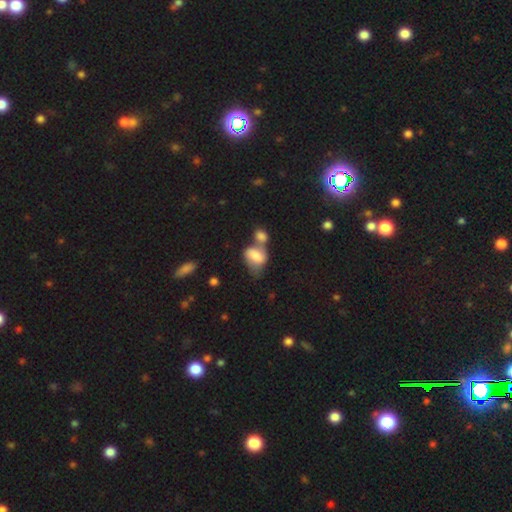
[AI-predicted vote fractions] smooth-or-featured: smooth: 70% | featured or disk: 21% | star or artifact: 9%
  how-rounded: in between: 80% | round: 18% | cigar-shaped: 2%
  merging: merger: 59% | none: 18% | minor disturbance: 13% | major disturbance: 10%